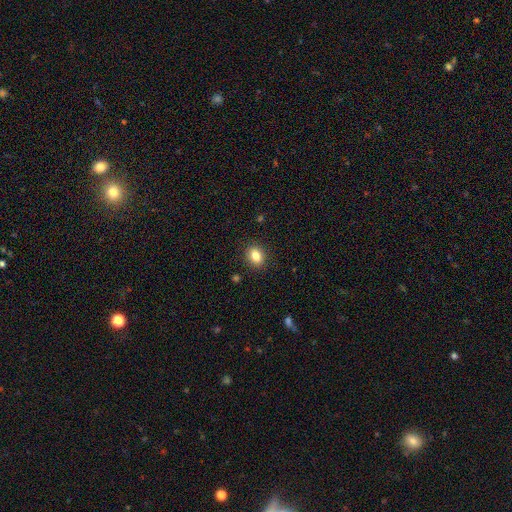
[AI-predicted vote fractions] Morphology: type=smooth (83%); roundness=in between (60%); merging=none (89%).